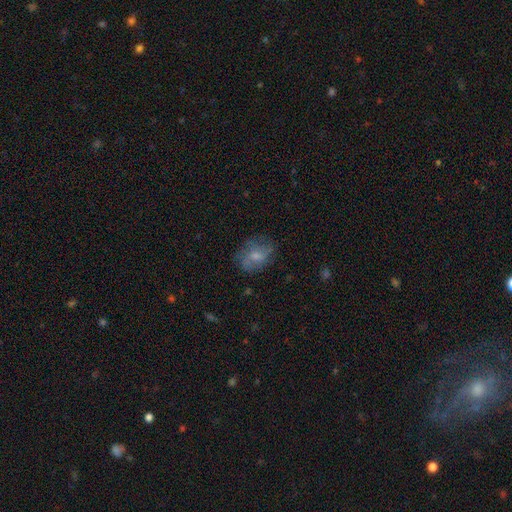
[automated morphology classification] This is possibly a smooth galaxy (52%). How rounded: likely in between (65%). Merging: likely none (65%).